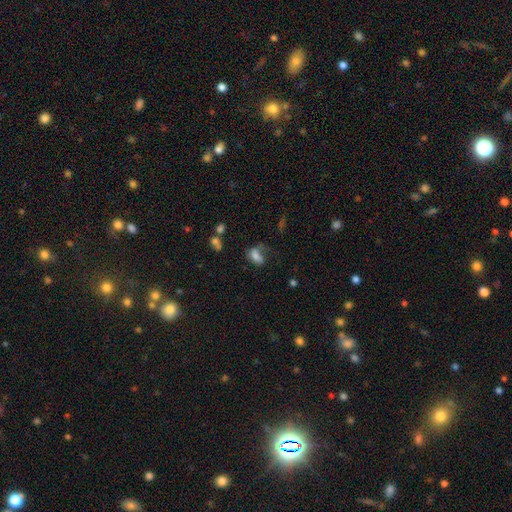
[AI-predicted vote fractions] This appears to be a smooth galaxy with no disk features (63%) that is in between round and cigar-shaped (84%). Merging: major disturbance (36%).